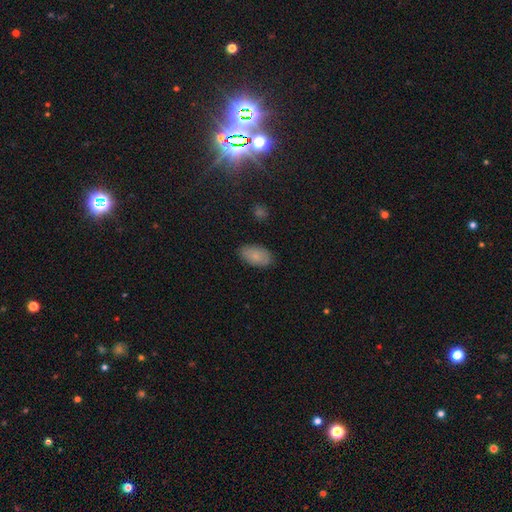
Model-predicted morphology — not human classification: This is clearly a smooth galaxy (82%). How rounded: clearly in between (94%). Merging: clearly none (85%).